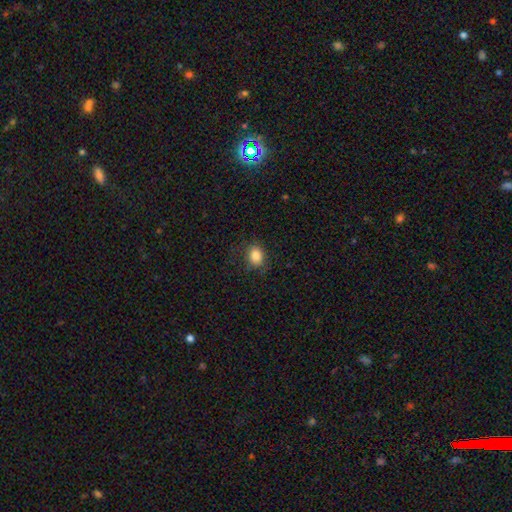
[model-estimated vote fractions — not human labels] Smooth or featured: smooth — 84% (star or artifact — 10%)
How rounded: in between — 55% (round — 44%)
Merging: none — 81% (minor disturbance — 13%)